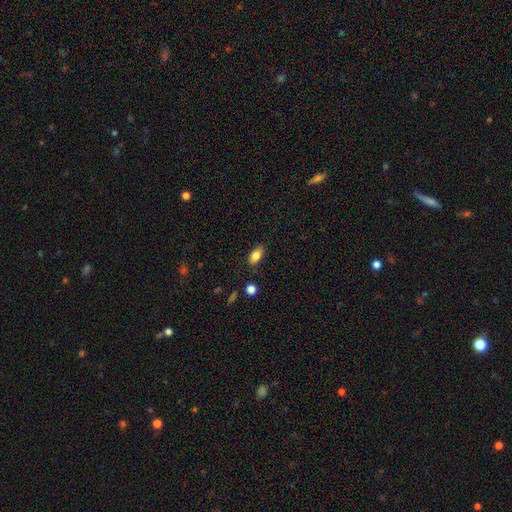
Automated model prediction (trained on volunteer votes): Smooth or featured: smooth — 84% (star or artifact — 8%)
How rounded: in between — 89% (cigar-shaped — 6%)
Merging: none — 85% (minor disturbance — 11%)